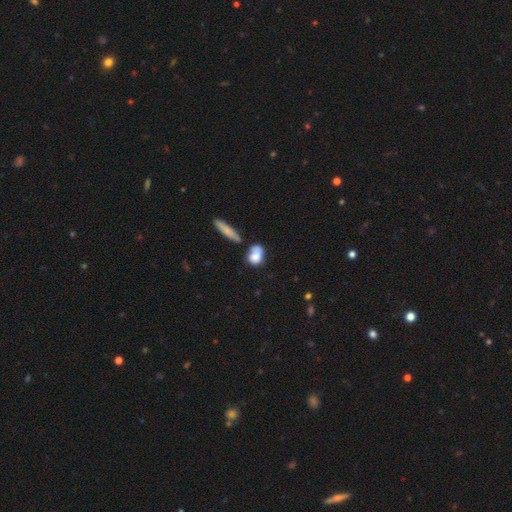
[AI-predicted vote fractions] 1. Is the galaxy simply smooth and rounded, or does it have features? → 78% smooth, 14% featured or disk, 8% star or artifact.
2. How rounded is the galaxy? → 69% in between, 25% round, 6% cigar-shaped.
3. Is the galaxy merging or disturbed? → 44% none, 26% minor disturbance, 19% merger, 11% major disturbance.